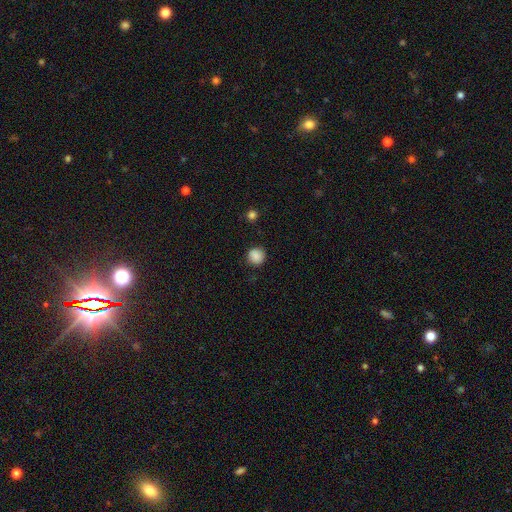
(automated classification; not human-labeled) smooth_or_featured: smooth (p=0.87) [alt: star or artifact p=0.10]
how_rounded: round (p=0.93) [alt: in between p=0.06]
merging: none (p=0.87) [alt: minor disturbance p=0.09]